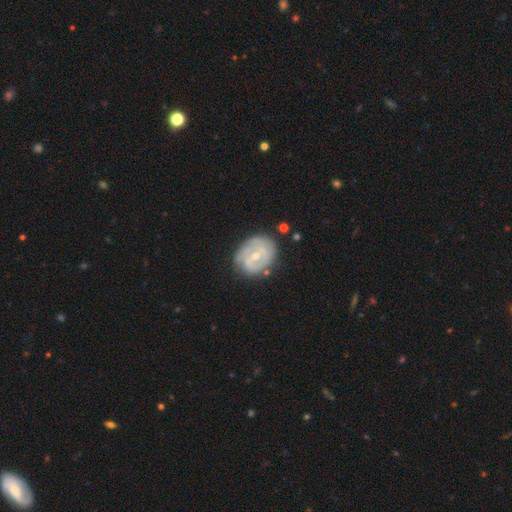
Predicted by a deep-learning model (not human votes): Q: Smooth or featured?
A: featured or disk (75%); runner-up: smooth (20%)
Q: Edge-on disk?
A: no (97%); runner-up: yes (3%)
Q: Bar?
A: weak (45%); runner-up: no (42%)
Q: Spiral arms?
A: yes (76%); runner-up: no (24%)
Q: Spiral winding?
A: tight (63%); runner-up: medium (27%)
Q: Spiral arm count?
A: 2 (43%); runner-up: can't tell (34%)
Q: Bulge size?
A: small (49%); runner-up: moderate (48%)
Q: Merging?
A: none (68%); runner-up: minor disturbance (22%)